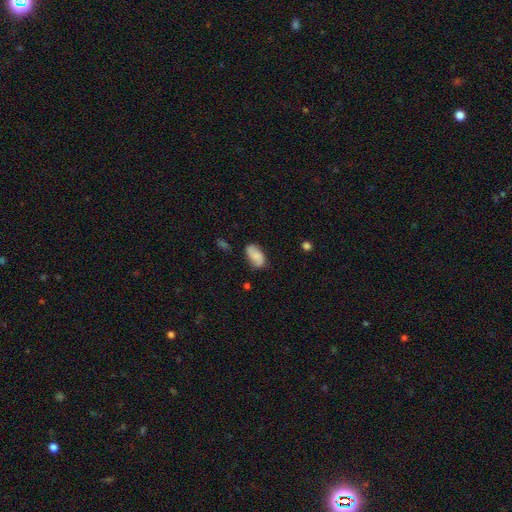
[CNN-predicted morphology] Q: Smooth or featured?
A: smooth (73%); runner-up: featured or disk (19%)
Q: How rounded?
A: in between (92%); runner-up: round (4%)
Q: Merging?
A: none (69%); runner-up: minor disturbance (23%)